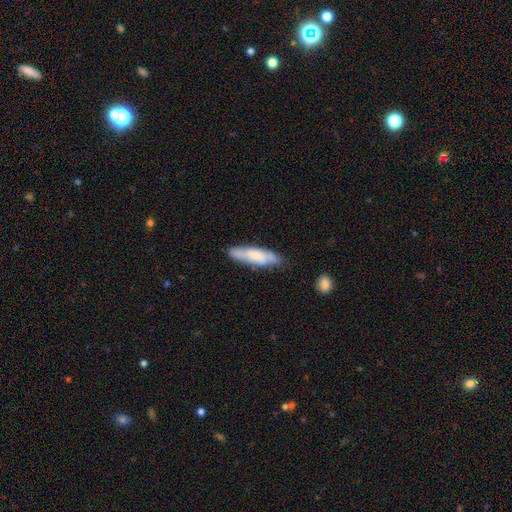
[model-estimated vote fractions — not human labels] Smooth or featured?
  - smooth: 58% *
  - featured or disk: 36%
  - star or artifact: 6%
How rounded?
  - cigar-shaped: 65% *
  - in between: 33%
  - round: 2%
Merging?
  - none: 71% *
  - minor disturbance: 21%
  - major disturbance: 5%
  - merger: 3%